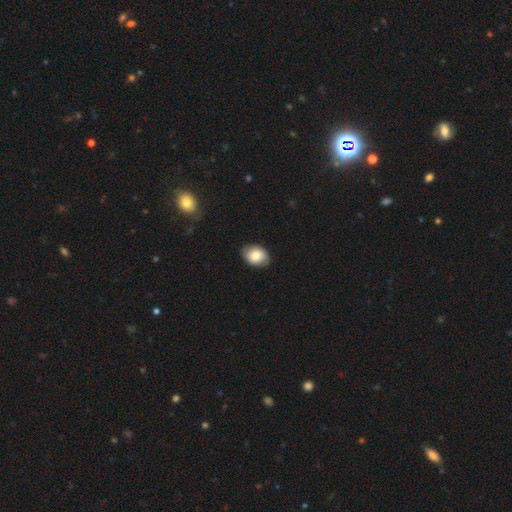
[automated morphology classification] smooth-or-featured: smooth: 82% | featured or disk: 11% | star or artifact: 7%
  how-rounded: in between: 74% | round: 25% | cigar-shaped: 1%
  merging: none: 84% | minor disturbance: 12% | major disturbance: 2% | merger: 1%